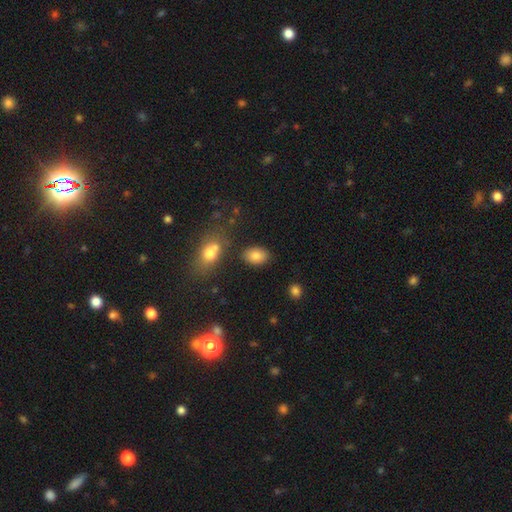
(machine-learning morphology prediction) Smooth or featured? Predicted: smooth (p=0.83). How rounded? Predicted: in between (p=0.83). Merging? Predicted: none (p=0.82).